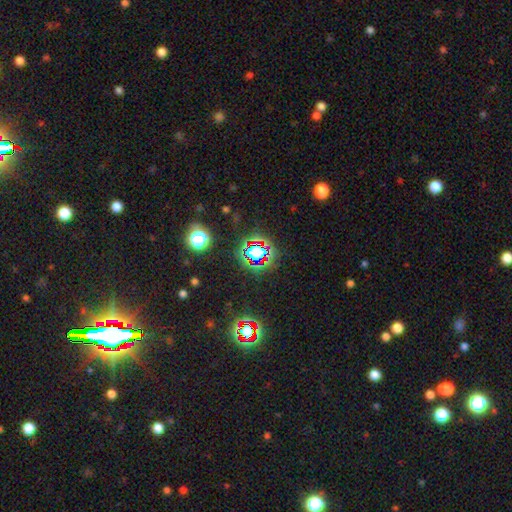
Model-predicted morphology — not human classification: This appears to be a star or artifact, not a galaxy (69%).